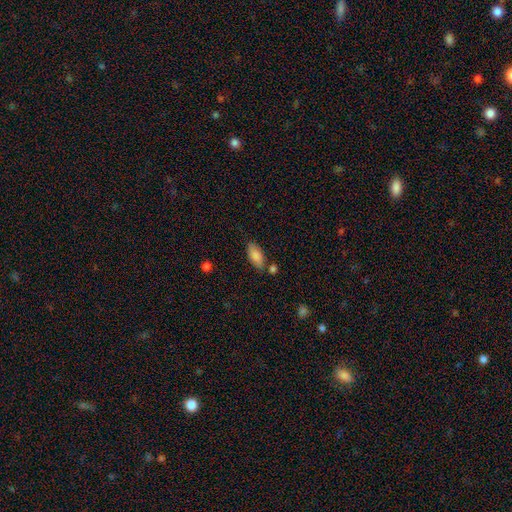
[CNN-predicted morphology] Smooth or featured?
  - smooth: 85% *
  - featured or disk: 8%
  - star or artifact: 7%
How rounded?
  - in between: 88% *
  - cigar-shaped: 10%
  - round: 2%
Merging?
  - none: 73% *
  - minor disturbance: 15%
  - merger: 8%
  - major disturbance: 4%